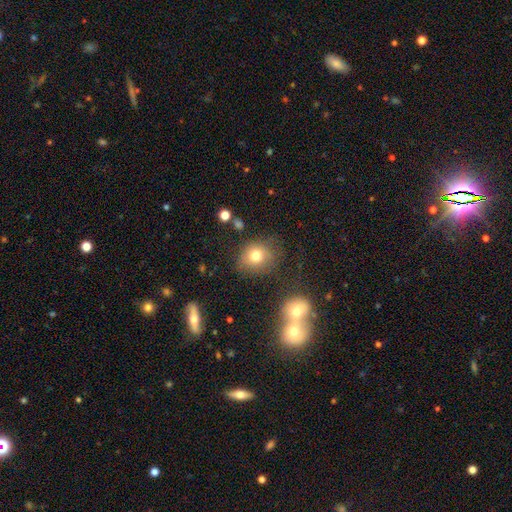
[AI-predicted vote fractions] The model was most divided on "how rounded": round: 73%, in between: 26%, cigar-shaped: 1%. More confident: smooth or featured — smooth (77%); merging — none (72%).